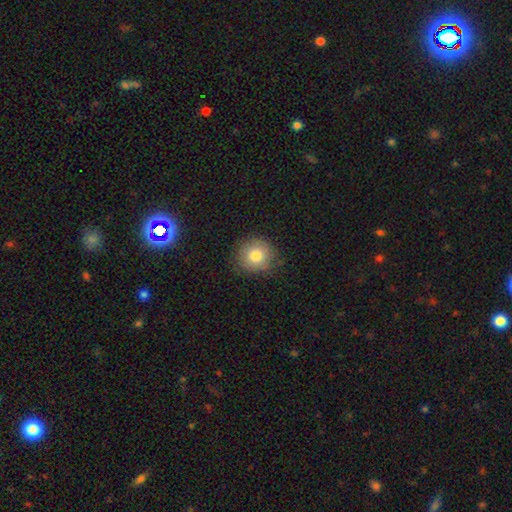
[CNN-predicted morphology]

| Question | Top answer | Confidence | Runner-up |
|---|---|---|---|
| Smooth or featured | smooth | 80% | featured or disk (11%) |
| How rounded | round | 89% | in between (10%) |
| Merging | none | 79% | minor disturbance (16%) |